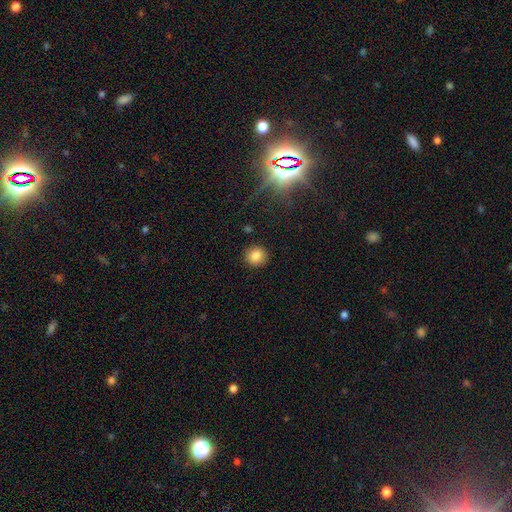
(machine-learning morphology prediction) Smooth or featured: smooth — 84% (star or artifact — 11%)
How rounded: round — 87% (in between — 12%)
Merging: none — 90% (minor disturbance — 6%)